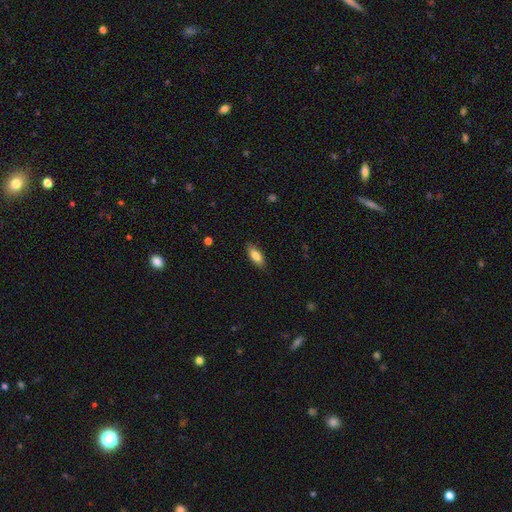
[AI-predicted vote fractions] Smooth or featured?
  - smooth: 82% *
  - featured or disk: 11%
  - star or artifact: 6%
How rounded?
  - in between: 76% *
  - cigar-shaped: 22%
  - round: 2%
Merging?
  - none: 83% *
  - minor disturbance: 13%
  - major disturbance: 3%
  - merger: 1%